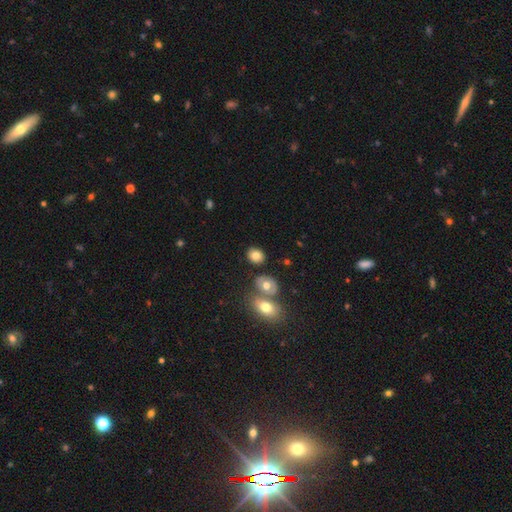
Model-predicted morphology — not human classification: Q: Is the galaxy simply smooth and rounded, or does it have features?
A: smooth — 77%.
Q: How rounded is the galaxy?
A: in between — 53%.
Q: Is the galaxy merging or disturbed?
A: none — 75%.